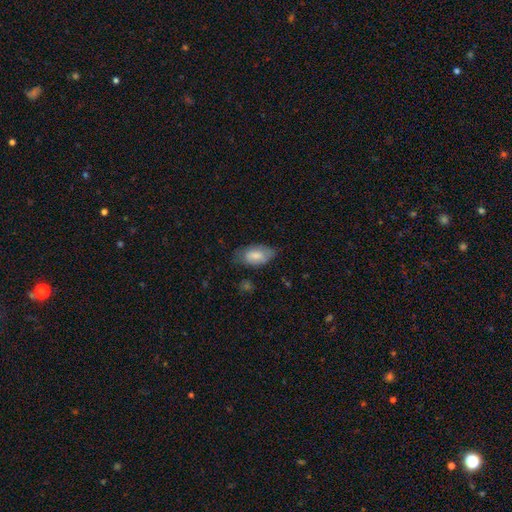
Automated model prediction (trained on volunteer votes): Morphology: type=smooth (72%); roundness=in between (93%); merging=none (61%).